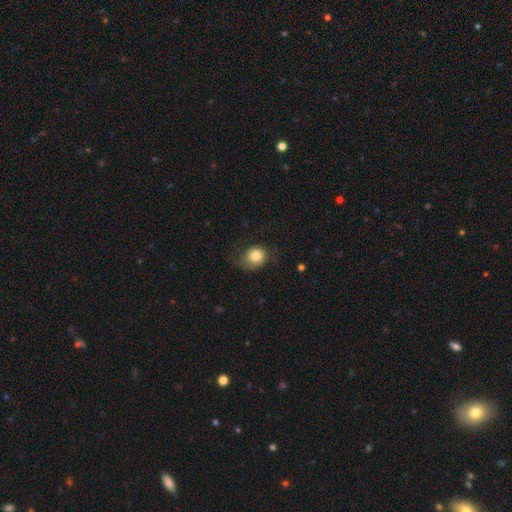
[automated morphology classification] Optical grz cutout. It shows a smooth galaxy with no disk features (78%) that is round (65%). Merging: none (59%).